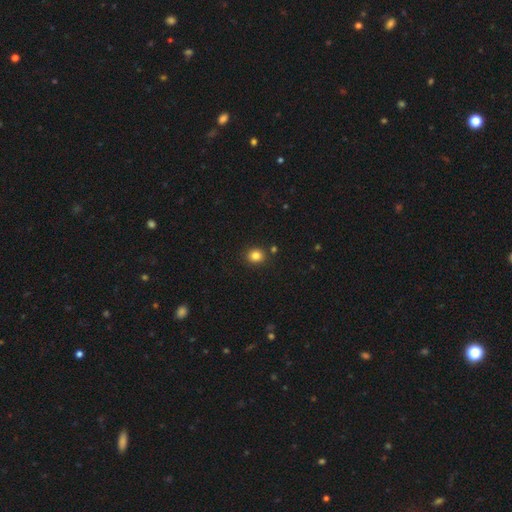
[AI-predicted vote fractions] This appears to be a smooth galaxy with no disk features (83%) that is round (74%). Merging: none (86%).